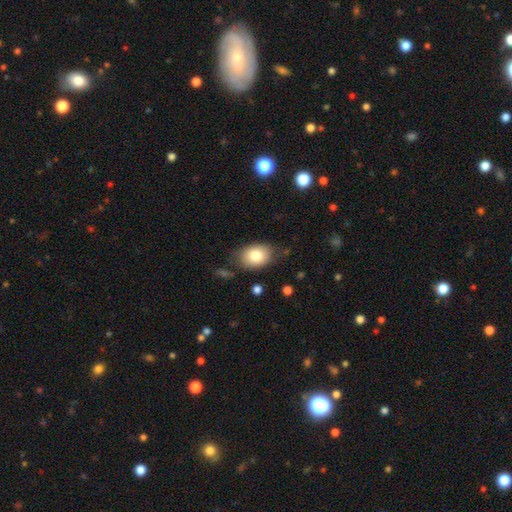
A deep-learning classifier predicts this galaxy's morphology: A smooth galaxy with no disk features (81%) that is in between round and cigar-shaped (77%). Merging: none (72%).